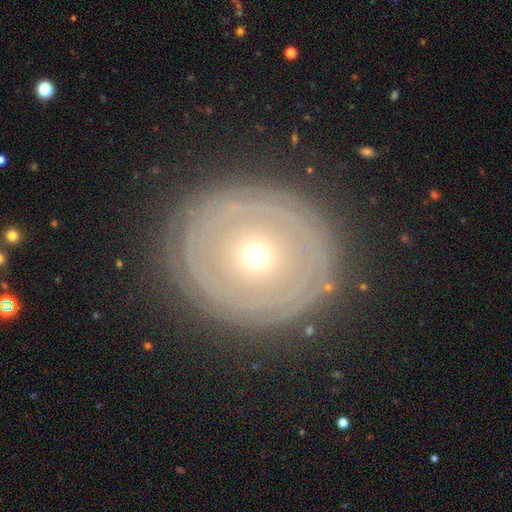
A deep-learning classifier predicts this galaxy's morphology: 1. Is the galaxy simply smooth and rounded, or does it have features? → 63% featured or disk, 28% smooth, 9% star or artifact.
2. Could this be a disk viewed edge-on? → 95% no, 5% yes.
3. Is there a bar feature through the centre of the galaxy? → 89% no, 8% weak, 4% strong.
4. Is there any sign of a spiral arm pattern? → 56% no, 44% yes.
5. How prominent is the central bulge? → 58% small, 38% moderate, 2% large, 1% dominant, 1% none.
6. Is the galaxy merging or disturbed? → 85% none, 10% minor disturbance, 4% major disturbance, 1% merger.